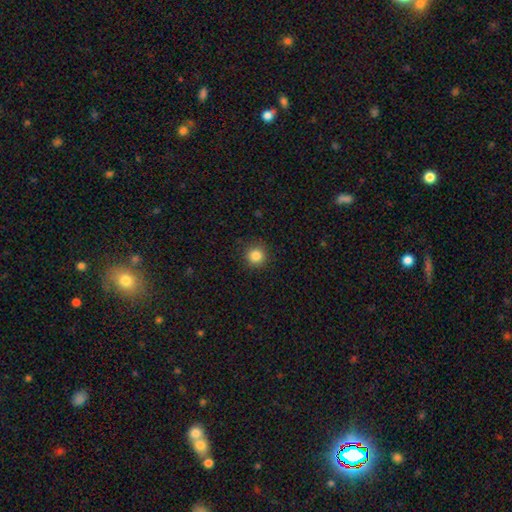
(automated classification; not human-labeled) Smooth or featured: smooth — 85% (star or artifact — 11%)
How rounded: round — 95% (in between — 4%)
Merging: none — 91% (minor disturbance — 6%)